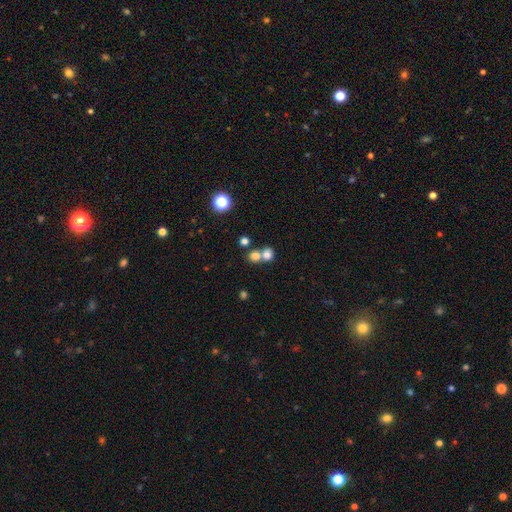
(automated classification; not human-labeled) This is likely a smooth galaxy (76%). How rounded: likely round (80%). Merging: possibly merger (50%).